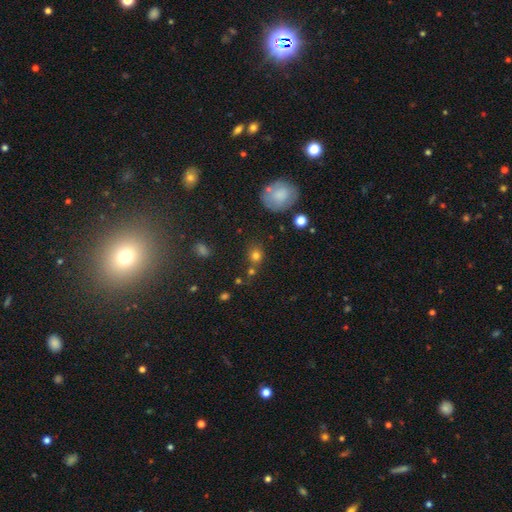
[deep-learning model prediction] Overall: smooth (75%). How rounded: round (79%). Merging: none (69%).